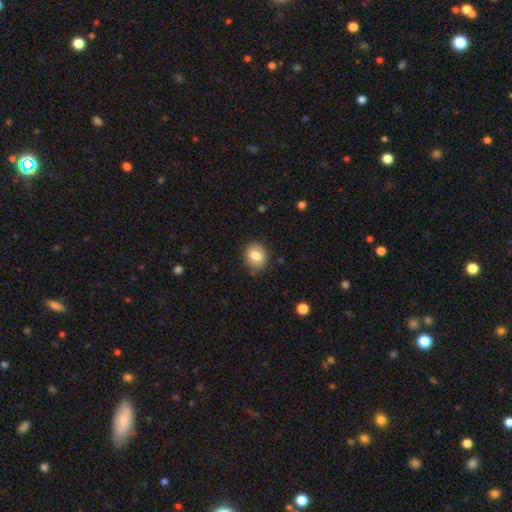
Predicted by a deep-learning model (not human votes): smooth 80%, featured or disk 11%, star or artifact 9%. Down the decision tree: how rounded — round (64%); merging — none (83%).